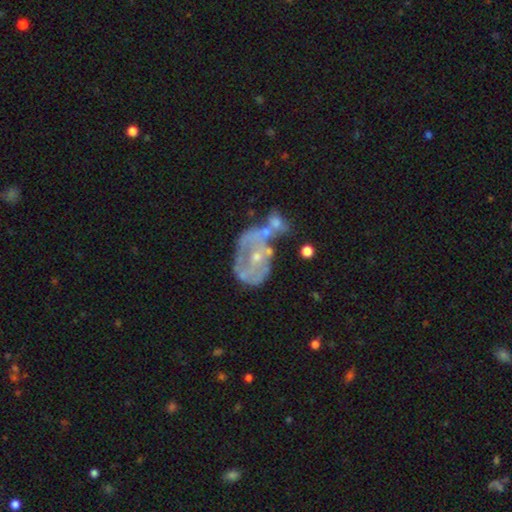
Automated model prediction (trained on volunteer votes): smooth-or-featured: featured or disk: 71% | smooth: 18% | star or artifact: 10%
  disk-edge-on: no: 96% | yes: 4%
    bar: no: 72% | weak: 20% | strong: 8%
    has-spiral-arms: yes: 54% | no: 46%
    bulge-size: small: 63% | moderate: 32% | none: 3% | large: 1% | dominant: 1%
  merging: merger: 39% | none: 28% | minor disturbance: 18% | major disturbance: 14%